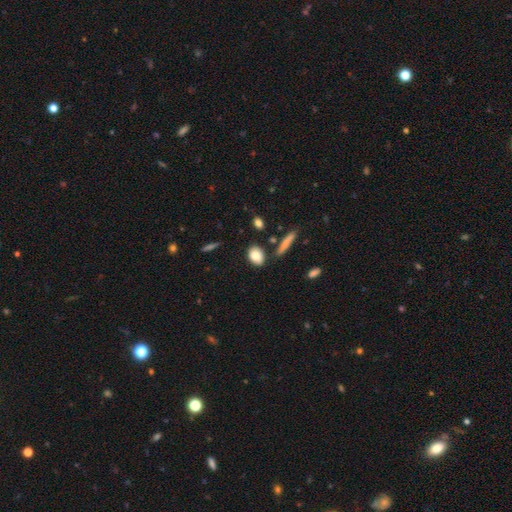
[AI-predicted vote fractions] The model was most divided on "how rounded": in between: 73%, round: 22%, cigar-shaped: 5%. More confident: smooth or featured — smooth (83%); merging — none (77%).